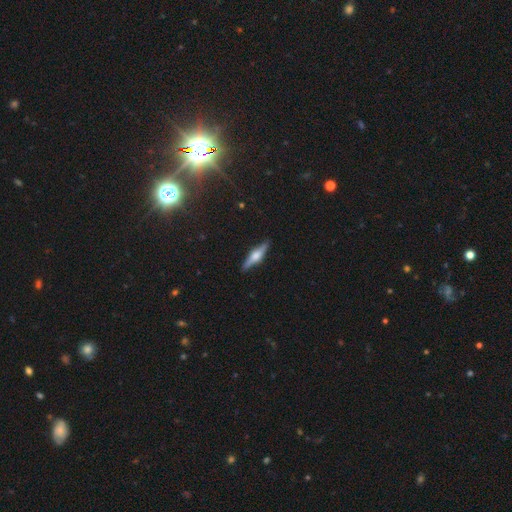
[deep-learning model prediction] featured or disk 68%, smooth 26%, star or artifact 6%. Down the decision tree: edge-on disk — yes (97%); edge-on bulge — rounded (86%); merging — none (89%).